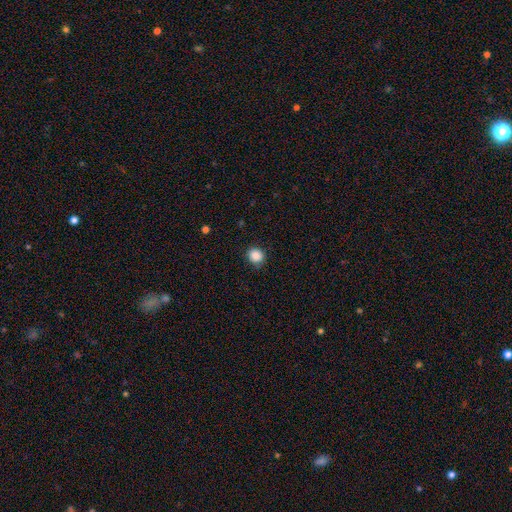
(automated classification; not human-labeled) A smooth galaxy with no disk features (87%) that is round (86%).

Vote fractions:
- Smooth or featured? smooth: 87% / star or artifact: 10% / featured or disk: 3%
- How rounded? round: 86% / in between: 13% / cigar-shaped: 1%
- Merging? none: 86% / minor disturbance: 11% / major disturbance: 3% / merger: 1%